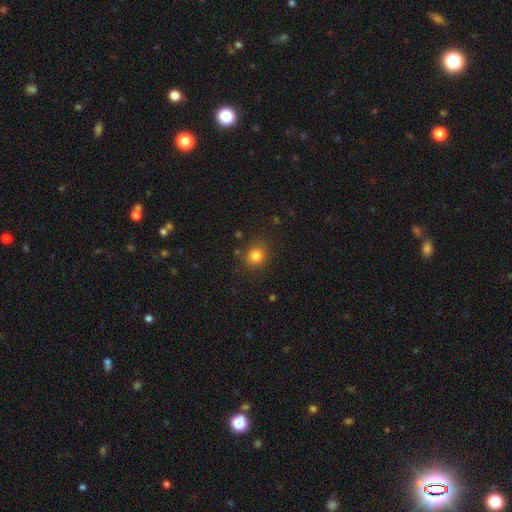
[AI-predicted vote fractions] Smooth or featured: smooth — 83% (star or artifact — 12%)
How rounded: round — 77% (in between — 22%)
Merging: none — 83% (minor disturbance — 11%)